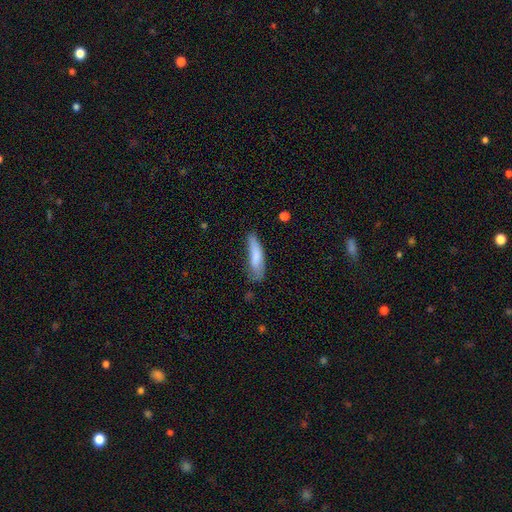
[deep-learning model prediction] This appears to be a smooth galaxy with no disk features (79%) that is cigar-shaped (66%). Merging: none (50%).